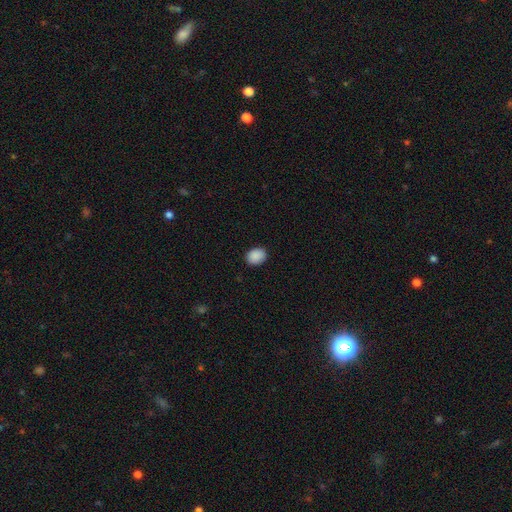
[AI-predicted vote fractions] A smooth galaxy with no disk features (90%) that is in between round and cigar-shaped (61%). Merging: none (88%).